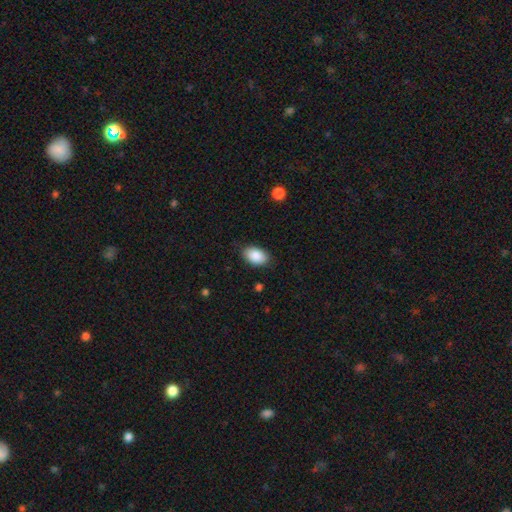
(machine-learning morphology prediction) smooth-or-featured: smooth: 88% | star or artifact: 7% | featured or disk: 5%
  how-rounded: in between: 91% | round: 8% | cigar-shaped: 1%
  merging: none: 84% | minor disturbance: 13% | major disturbance: 3% | merger: 1%